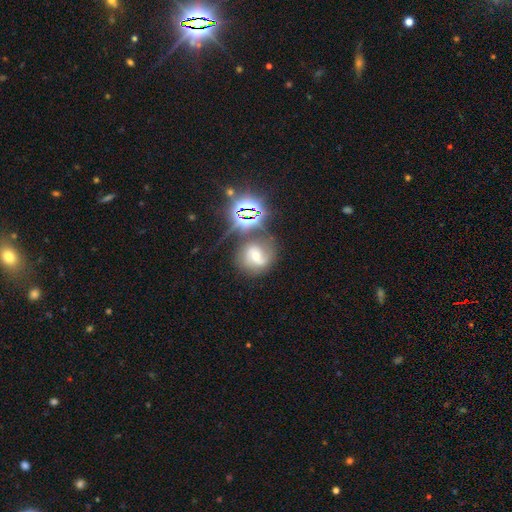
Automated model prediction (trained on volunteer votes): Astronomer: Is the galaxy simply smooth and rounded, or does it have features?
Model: featured or disk — 61%.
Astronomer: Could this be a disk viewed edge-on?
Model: no — 96%.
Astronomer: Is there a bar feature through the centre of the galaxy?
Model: weak — 39% (runner-up: no, 38%).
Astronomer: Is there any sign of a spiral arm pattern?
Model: yes — 88%.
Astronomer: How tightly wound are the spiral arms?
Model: medium — 47% (runner-up: tight, 27%).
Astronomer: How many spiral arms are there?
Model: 2 — 75%.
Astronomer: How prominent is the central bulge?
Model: moderate — 60%.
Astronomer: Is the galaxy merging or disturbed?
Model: none — 63%.